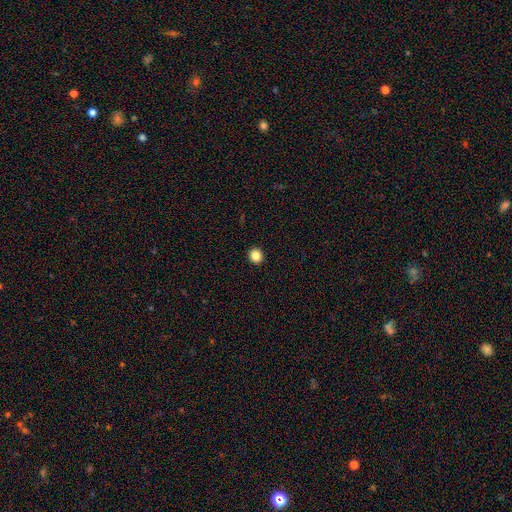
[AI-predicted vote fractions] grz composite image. It shows a smooth galaxy with no disk features (85%) that is round (90%). Merging: none (94%).